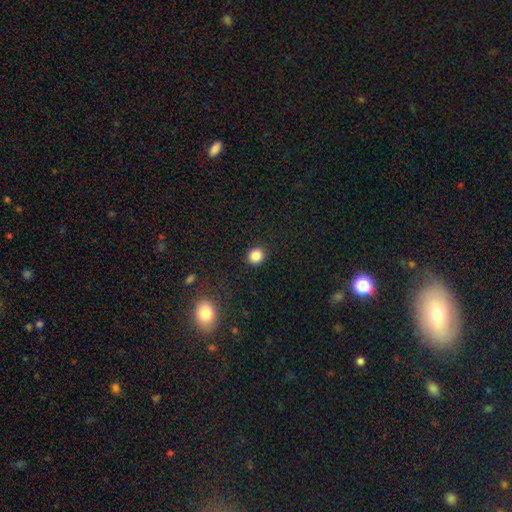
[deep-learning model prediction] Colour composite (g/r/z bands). It shows a smooth galaxy with no disk features (86%) that is round (75%). Merging: none (90%).